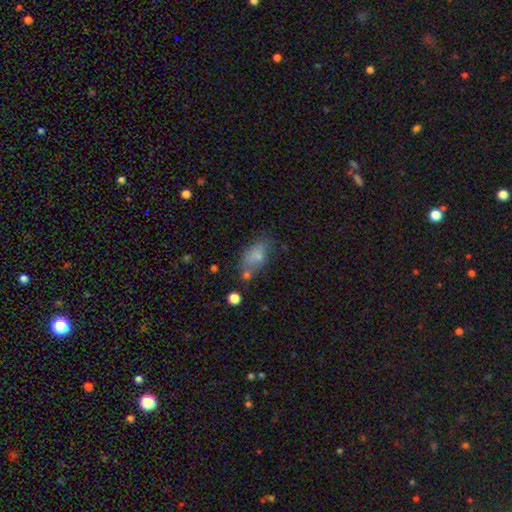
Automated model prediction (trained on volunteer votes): A smooth galaxy with no disk features (70%) that is in between round and cigar-shaped (87%). Merging: none (49%).